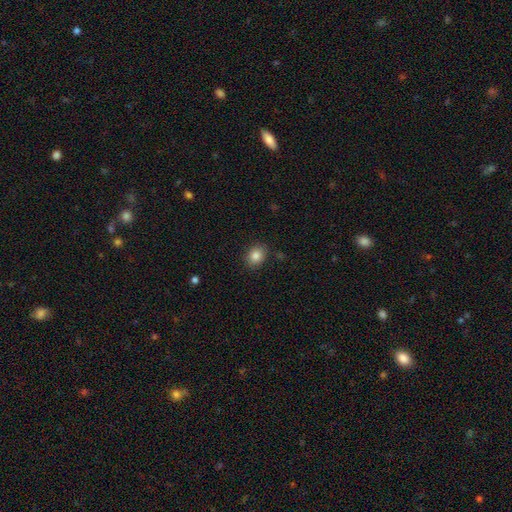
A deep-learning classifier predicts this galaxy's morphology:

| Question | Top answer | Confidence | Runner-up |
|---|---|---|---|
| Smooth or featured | smooth | 85% | star or artifact (10%) |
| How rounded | round | 52% | in between (47%) |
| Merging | none | 86% | minor disturbance (10%) |